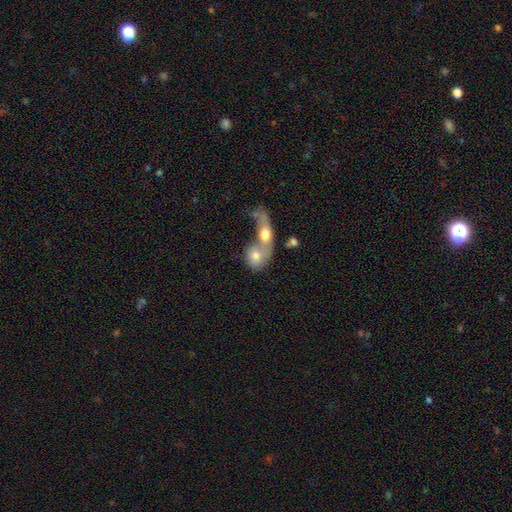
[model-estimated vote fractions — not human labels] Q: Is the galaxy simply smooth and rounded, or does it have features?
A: smooth — 71%.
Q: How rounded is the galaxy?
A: round — 51%.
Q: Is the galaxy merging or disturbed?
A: merger — 75%.